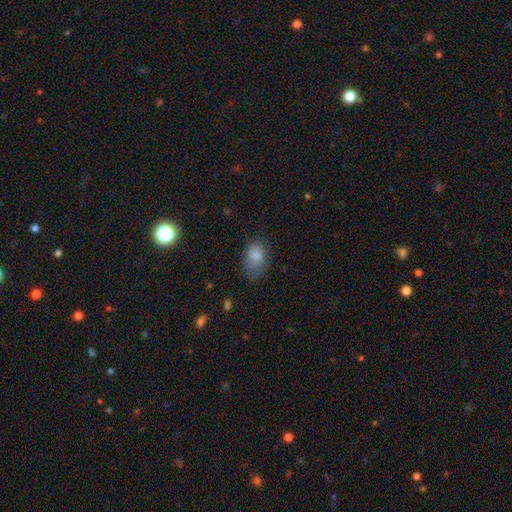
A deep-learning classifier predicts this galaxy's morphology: type=smooth (84%); roundness=in between (85%); merging=none (60%).